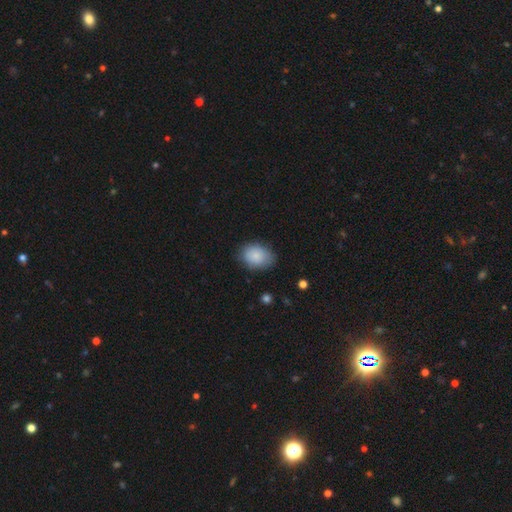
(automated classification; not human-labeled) Smooth or featured?
  - smooth: 86% *
  - star or artifact: 7%
  - featured or disk: 7%
How rounded?
  - in between: 72% *
  - round: 27%
  - cigar-shaped: 1%
Merging?
  - none: 77% *
  - minor disturbance: 18%
  - major disturbance: 4%
  - merger: 1%